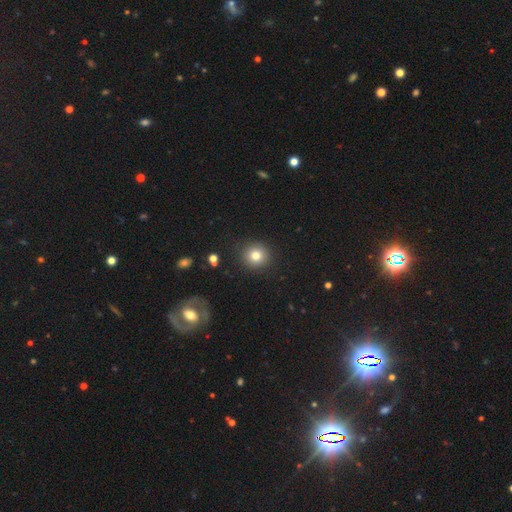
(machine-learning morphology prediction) smooth-or-featured: smooth: 79% | star or artifact: 12% | featured or disk: 9%
  how-rounded: round: 92% | in between: 7% | cigar-shaped: 1%
  merging: none: 90% | minor disturbance: 7% | major disturbance: 2% | merger: 1%